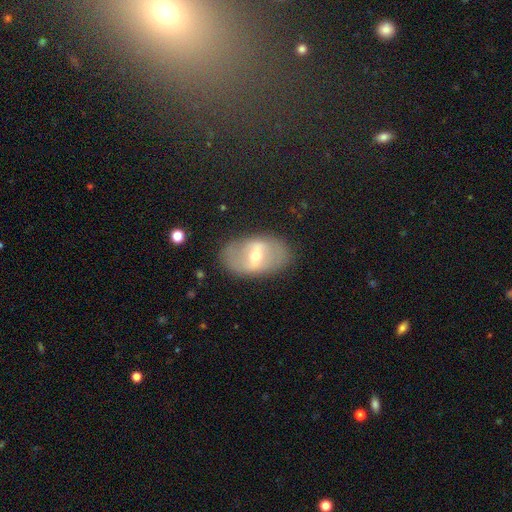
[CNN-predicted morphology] smooth-or-featured: featured or disk: 65% | smooth: 27% | star or artifact: 8%
  disk-edge-on: no: 90% | yes: 10%
    bar: strong: 48% | weak: 39% | no: 13%
    has-spiral-arms: no: 66% | yes: 34%
    bulge-size: moderate: 53% | small: 42% | large: 3% | none: 1% | dominant: 1%
  merging: none: 81% | minor disturbance: 13% | major disturbance: 5% | merger: 1%